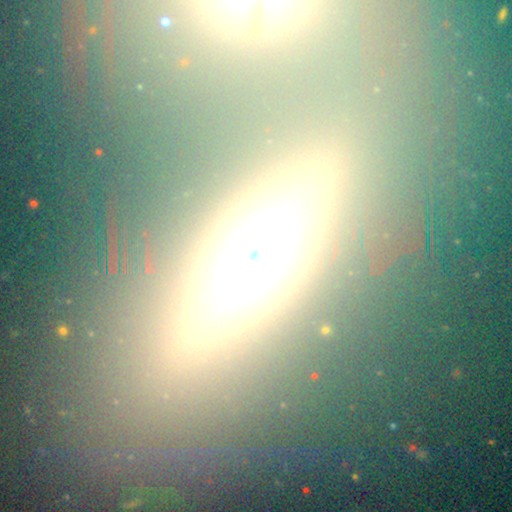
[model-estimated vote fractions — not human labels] Smooth or featured? Predicted: featured or disk (p=0.56). Edge-on disk? Predicted: yes (p=0.75). Merging? Predicted: none (p=0.64).